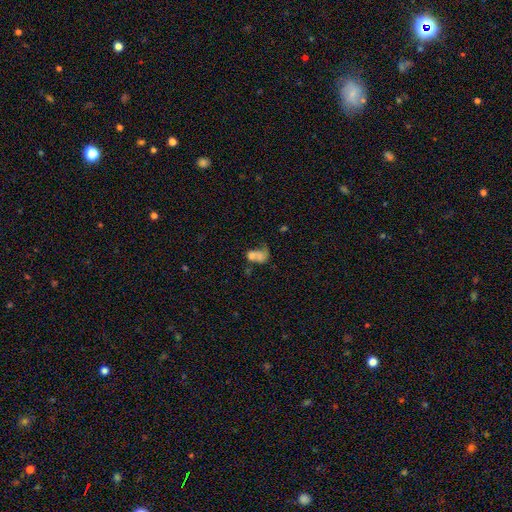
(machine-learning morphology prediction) smooth_or_featured: smooth (p=0.62) [alt: featured or disk p=0.25]
how_rounded: in between (p=0.68) [alt: round p=0.29]
merging: merger (p=0.57) [alt: major disturbance p=0.18]